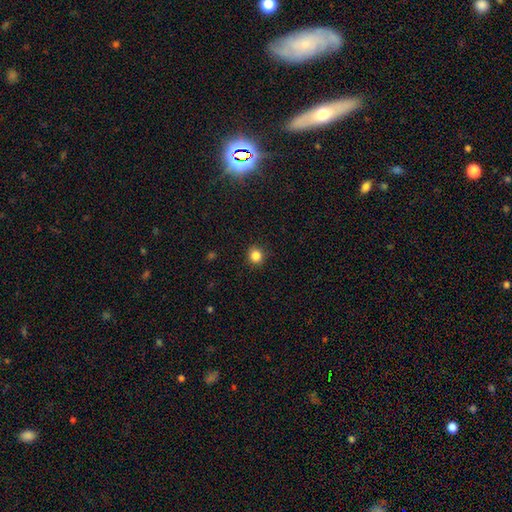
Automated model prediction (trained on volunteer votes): smooth 85%, star or artifact 11%, featured or disk 4%. Down the decision tree: how rounded — round (83%); merging — none (90%).